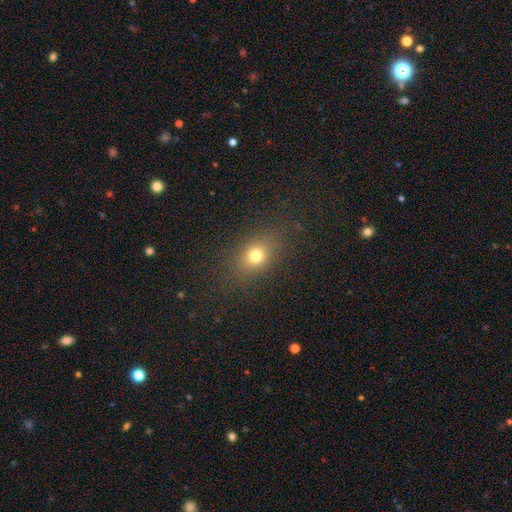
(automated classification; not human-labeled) Overall: smooth (72%). How rounded: in between (58%; round 39%). Merging: none (83%).